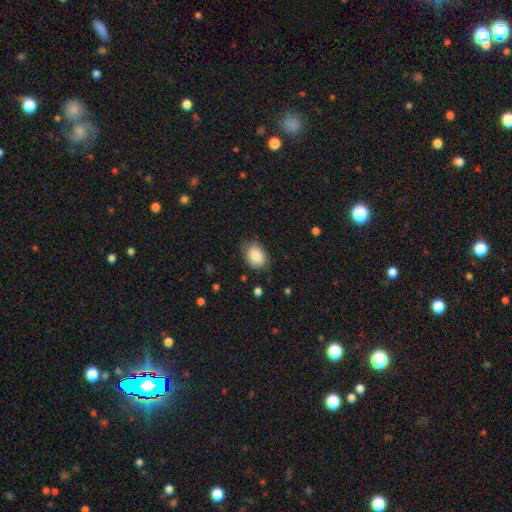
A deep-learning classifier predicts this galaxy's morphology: smooth-or-featured: smooth: 81% | featured or disk: 12% | star or artifact: 7%
  how-rounded: in between: 77% | round: 21% | cigar-shaped: 1%
  merging: none: 72% | minor disturbance: 22% | major disturbance: 5% | merger: 1%